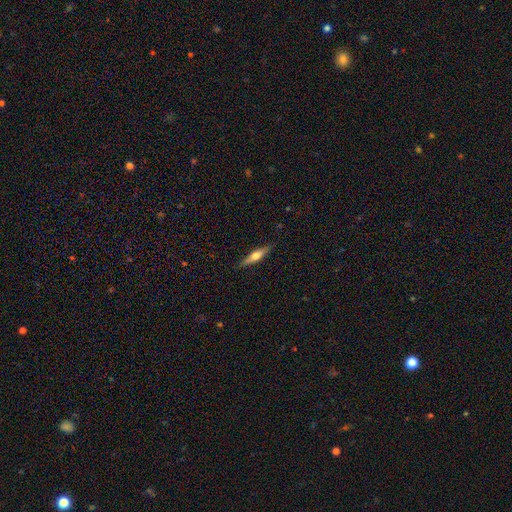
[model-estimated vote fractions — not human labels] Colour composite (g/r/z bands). It shows a featured or disk galaxy (52%) viewed edge-on (94%). Merging: none (87%).